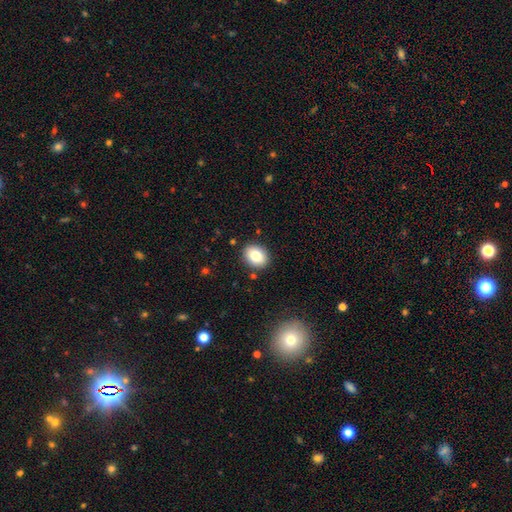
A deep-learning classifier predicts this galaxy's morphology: Q: Smooth or featured?
A: smooth (80%); runner-up: featured or disk (11%)
Q: How rounded?
A: in between (54%); runner-up: round (45%)
Q: Merging?
A: none (88%); runner-up: minor disturbance (8%)